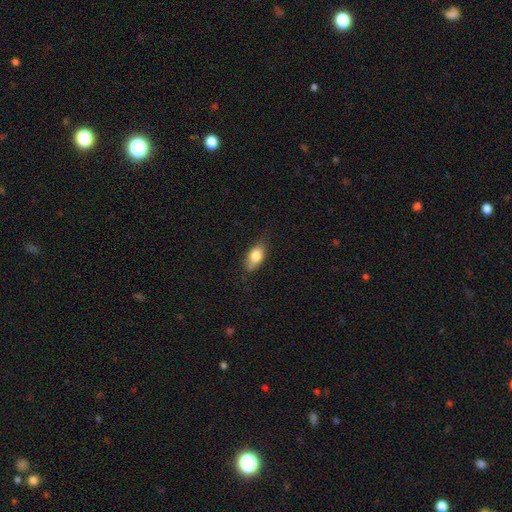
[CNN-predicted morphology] The model was most divided on "merging": none: 69%, minor disturbance: 25%, major disturbance: 5%, merger: 1%. More confident: how rounded — in between (86%); smooth or featured — smooth (78%).